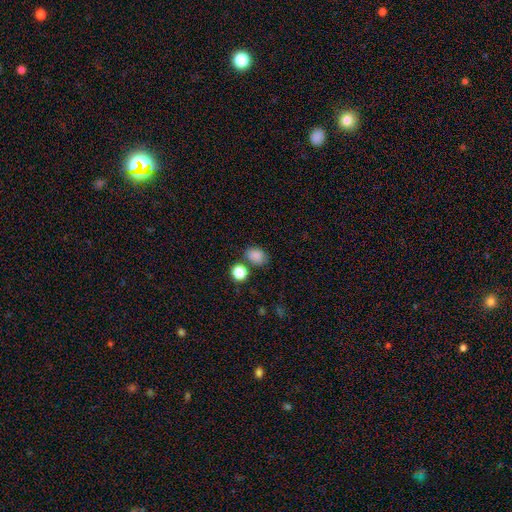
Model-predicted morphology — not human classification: This is clearly a smooth galaxy (84%). How rounded: likely in between (65%). Merging: likely none (66%).